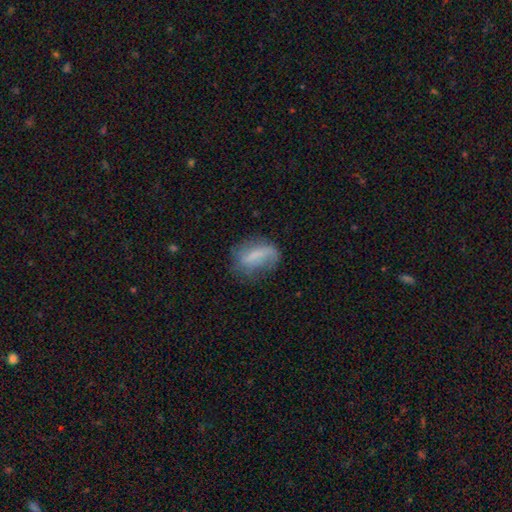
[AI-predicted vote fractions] Morphology: type=smooth (52%); roundness=in between (75%); merging=none (47%).